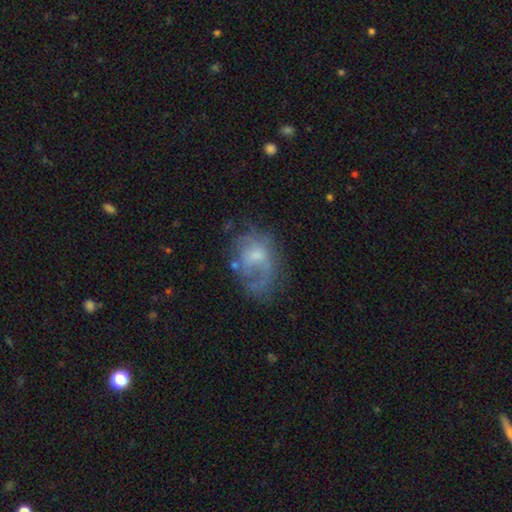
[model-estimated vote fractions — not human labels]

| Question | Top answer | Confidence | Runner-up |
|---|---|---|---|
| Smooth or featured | featured or disk | 52% | smooth (38%) |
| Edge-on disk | no | 97% | yes (3%) |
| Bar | no | 70% | weak (27%) |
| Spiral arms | no | 52% | yes (48%) |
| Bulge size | small | 43% | moderate (38%) |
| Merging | none | 37% | major disturbance (36%) |